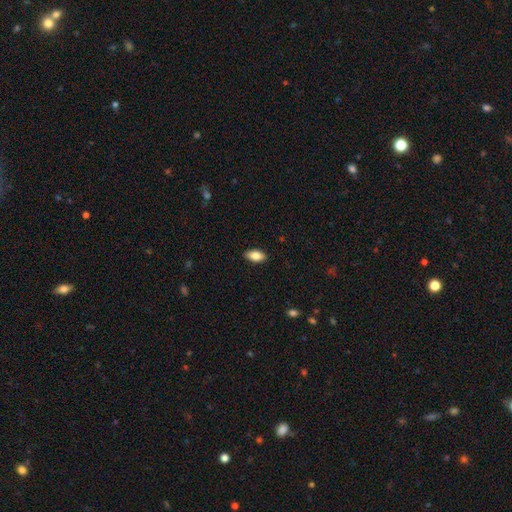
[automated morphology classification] smooth_or_featured: smooth (p=0.83) [alt: featured or disk p=0.09]
how_rounded: in between (p=0.92) [alt: cigar-shaped p=0.04]
merging: none (p=0.89) [alt: minor disturbance p=0.08]